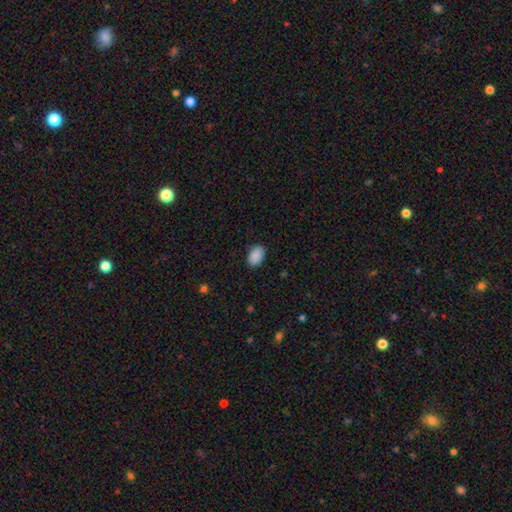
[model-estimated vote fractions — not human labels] A smooth galaxy with no disk features (90%) that is in between round and cigar-shaped (90%).

Vote fractions:
- Smooth or featured? smooth: 90% / star or artifact: 7% / featured or disk: 3%
- How rounded? in between: 90% / round: 9% / cigar-shaped: 1%
- Merging? none: 86% / minor disturbance: 10% / major disturbance: 2% / merger: 1%